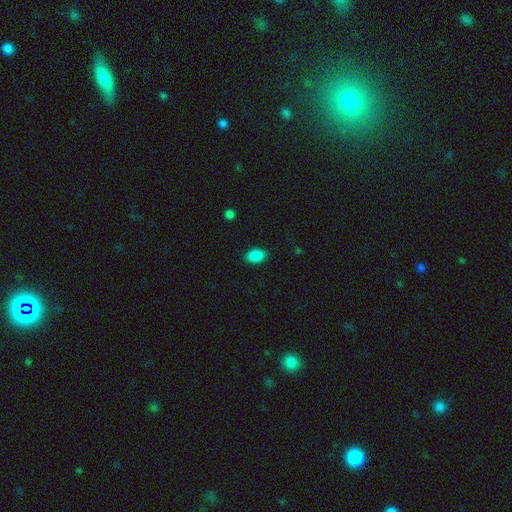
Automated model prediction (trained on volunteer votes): Smooth or featured?
  - smooth: 88% *
  - star or artifact: 8%
  - featured or disk: 4%
How rounded?
  - in between: 88% *
  - round: 10%
  - cigar-shaped: 1%
Merging?
  - none: 87% *
  - minor disturbance: 9%
  - major disturbance: 2%
  - merger: 1%